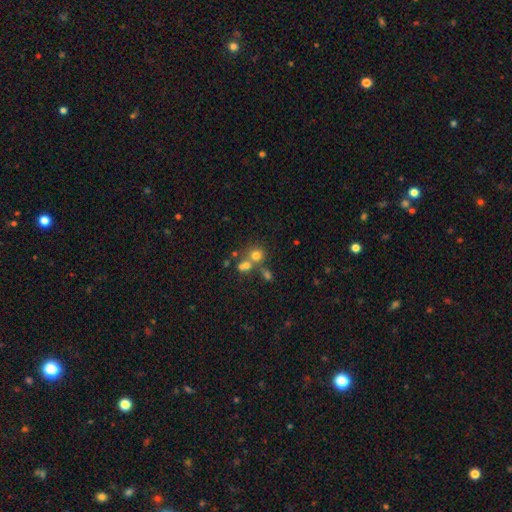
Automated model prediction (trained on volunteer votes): The model was most divided on "merging": none: 47%, merger: 41%, minor disturbance: 8%, major disturbance: 5%. More confident: how rounded — round (83%); smooth or featured — smooth (67%).